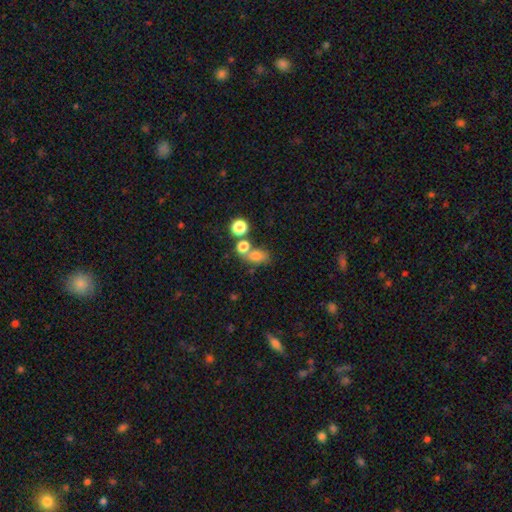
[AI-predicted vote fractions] A smooth galaxy with no disk features (74%) that is in between round and cigar-shaped (62%). Merging: none (44%).